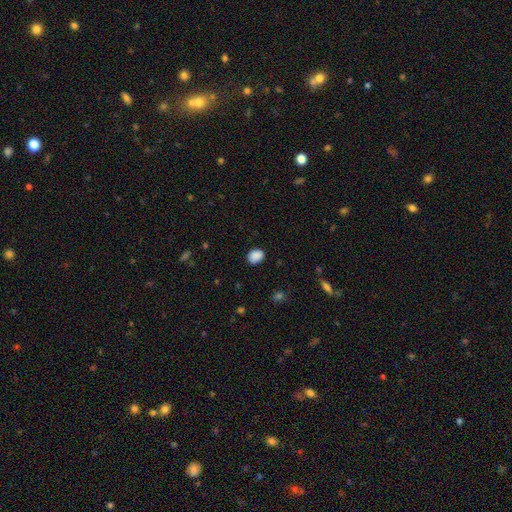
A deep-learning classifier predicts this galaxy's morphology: This is clearly a smooth galaxy (88%). How rounded: likely in between (61%). Merging: clearly none (85%).